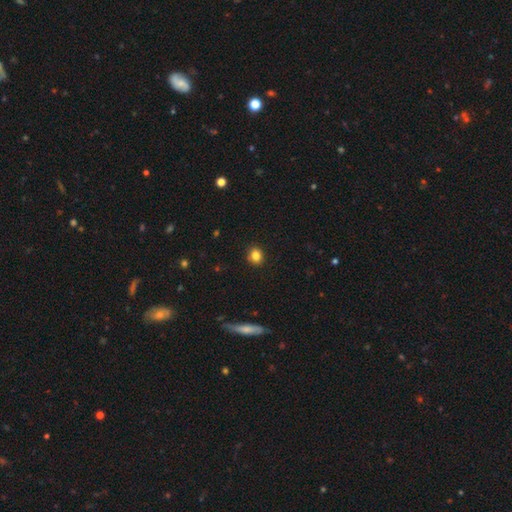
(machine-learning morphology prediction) Q: Smooth or featured?
A: smooth (83%); runner-up: star or artifact (11%)
Q: How rounded?
A: round (73%); runner-up: in between (25%)
Q: Merging?
A: none (90%); runner-up: minor disturbance (7%)